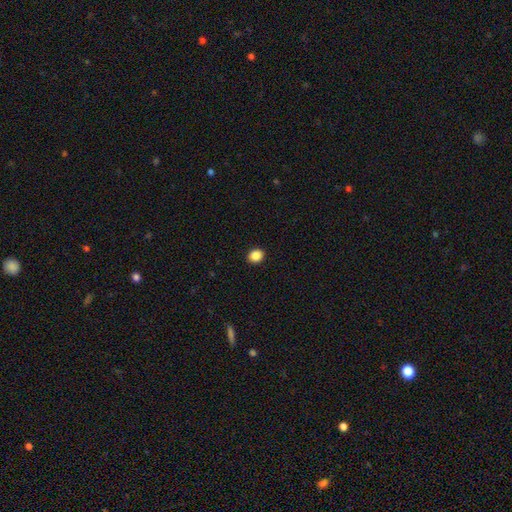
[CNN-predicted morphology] smooth_or_featured: smooth (p=0.87) [alt: star or artifact p=0.10]
how_rounded: round (p=0.70) [alt: in between p=0.29]
merging: none (p=0.93) [alt: minor disturbance p=0.05]